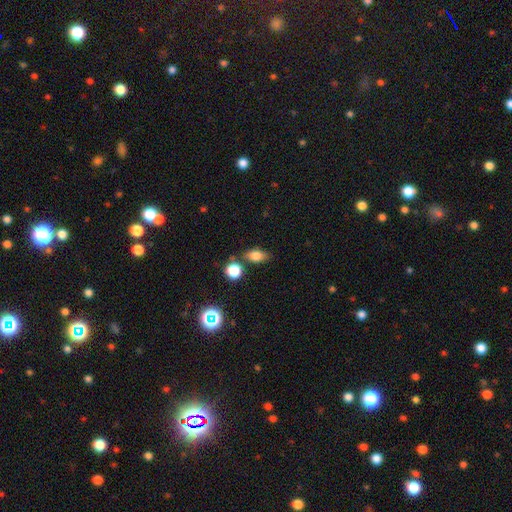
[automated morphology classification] Smooth or featured? smooth (75%)
How rounded? in between (78%)
Merging? none (71%)